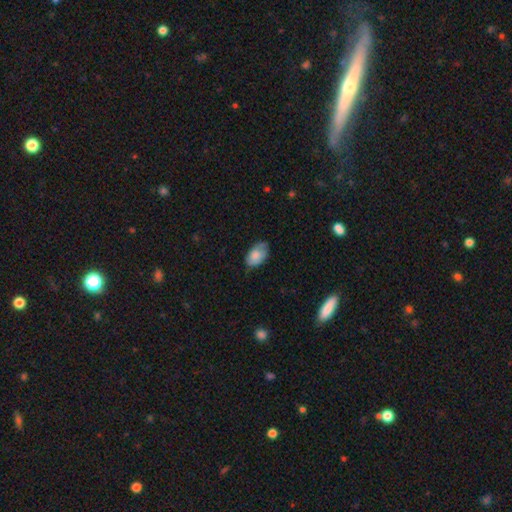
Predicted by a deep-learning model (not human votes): Smooth or featured?
  - smooth: 78% *
  - featured or disk: 15%
  - star or artifact: 7%
How rounded?
  - in between: 92% *
  - round: 6%
  - cigar-shaped: 1%
Merging?
  - none: 63% *
  - minor disturbance: 30%
  - major disturbance: 6%
  - merger: 1%